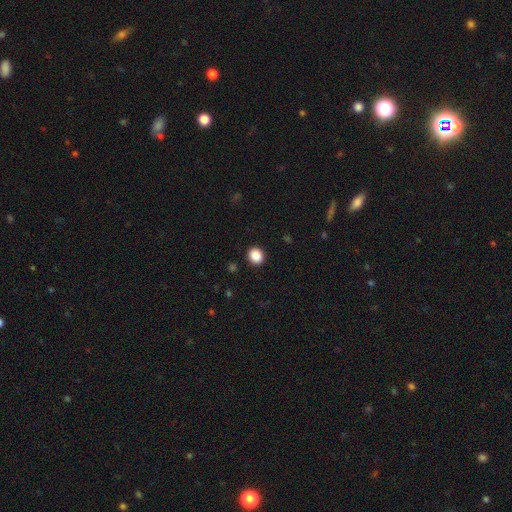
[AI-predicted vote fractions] Overall: smooth (88%). How rounded: round (78%). Merging: none (92%).